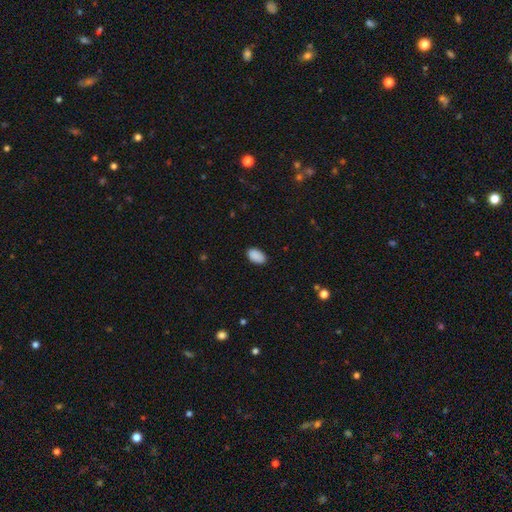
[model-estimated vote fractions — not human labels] The model was most divided on "merging": none: 86%, minor disturbance: 11%, major disturbance: 2%, merger: 1%. More confident: how rounded — in between (93%); smooth or featured — smooth (90%).